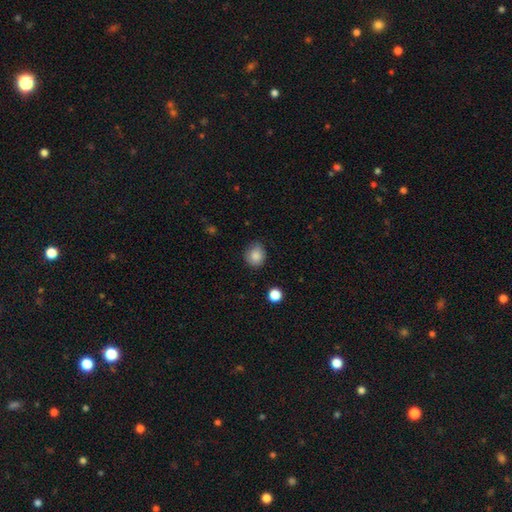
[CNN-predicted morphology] The model was most divided on "merging": none: 74%, minor disturbance: 21%, major disturbance: 4%, merger: 1%. More confident: smooth or featured — smooth (85%); how rounded — round (77%).